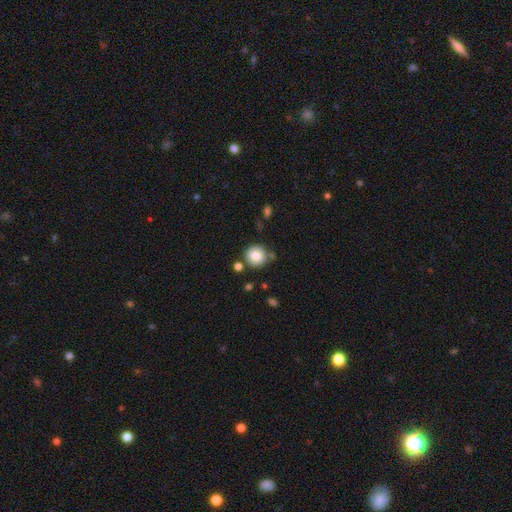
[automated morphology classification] Smooth or featured?
  - smooth: 82% *
  - star or artifact: 9%
  - featured or disk: 9%
How rounded?
  - round: 93% *
  - in between: 6%
  - cigar-shaped: 1%
Merging?
  - none: 79% *
  - minor disturbance: 11%
  - merger: 8%
  - major disturbance: 3%